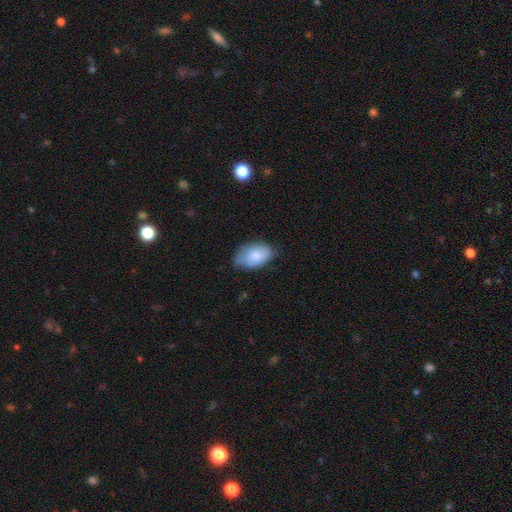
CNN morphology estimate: Smooth or featured: smooth — 80% (featured or disk — 14%)
How rounded: in between — 89% (round — 9%)
Merging: none — 59% (minor disturbance — 33%)